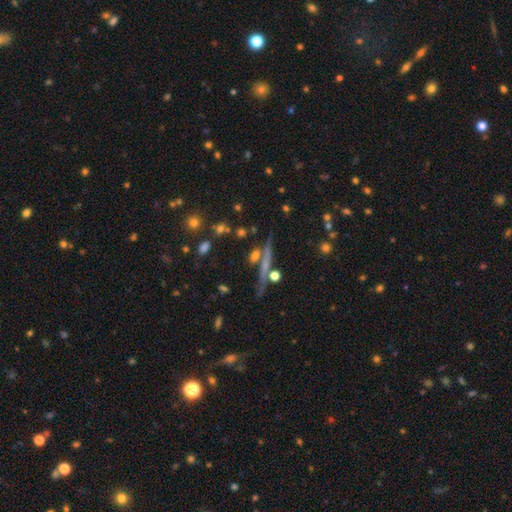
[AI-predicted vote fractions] Smooth or featured? smooth (42%, tied with featured or disk)
Merging? none (68%)